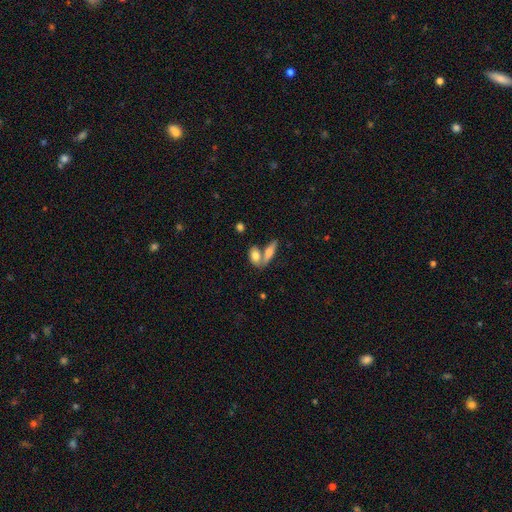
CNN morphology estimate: This is likely a smooth galaxy (74%). How rounded: likely in between (79%). Merging: possibly merger (47%).